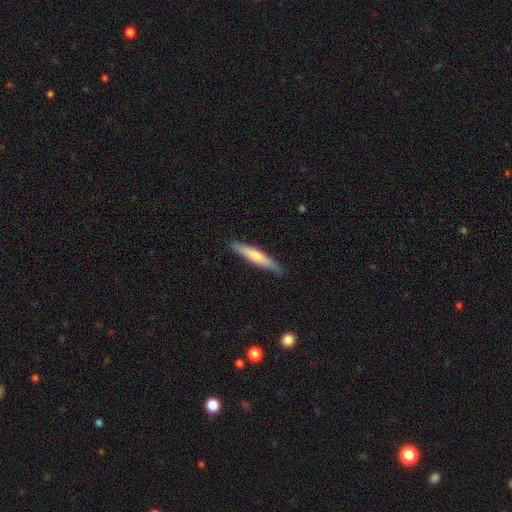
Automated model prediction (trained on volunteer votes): Overall: smooth (62%; featured or disk 33%). How rounded: cigar-shaped (90%). Merging: none (85%).